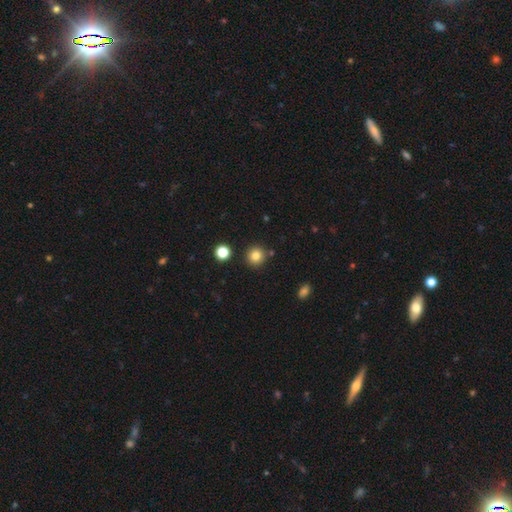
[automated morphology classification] This appears to be a smooth galaxy with no disk features (82%) that is round (93%). Merging: none (86%).